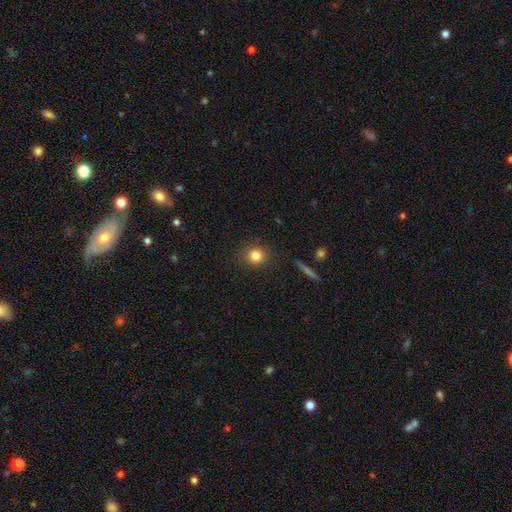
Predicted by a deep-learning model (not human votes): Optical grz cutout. It shows a smooth galaxy with no disk features (83%) that is round (87%). Merging: none (85%).